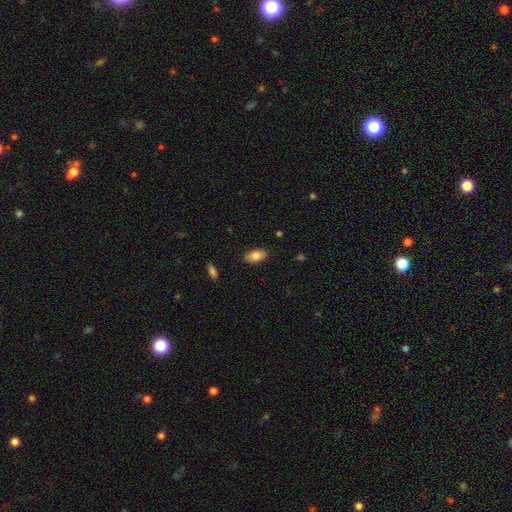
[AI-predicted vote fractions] Smooth or featured? smooth (80%)
How rounded? in between (92%)
Merging? none (86%)